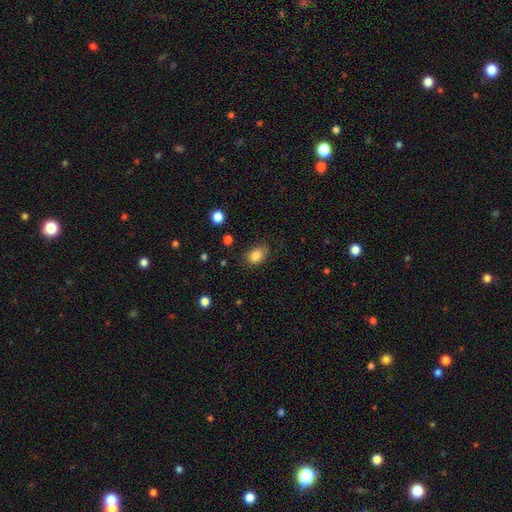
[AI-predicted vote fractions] Smooth or featured? Predicted: smooth (p=0.83). How rounded? Predicted: in between (p=0.75). Merging? Predicted: none (p=0.74).